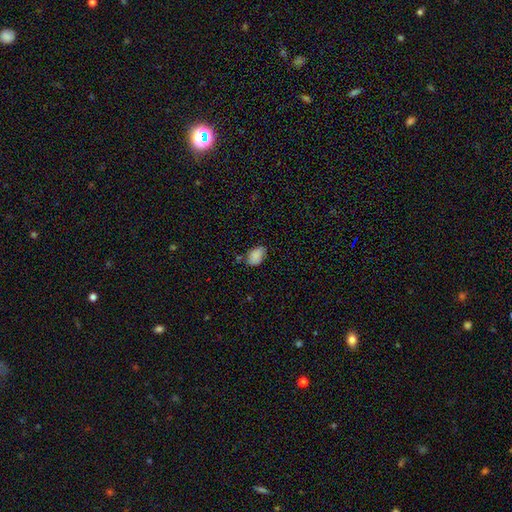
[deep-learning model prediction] Smooth or featured? smooth (85%)
How rounded? in between (85%)
Merging? none (63%)